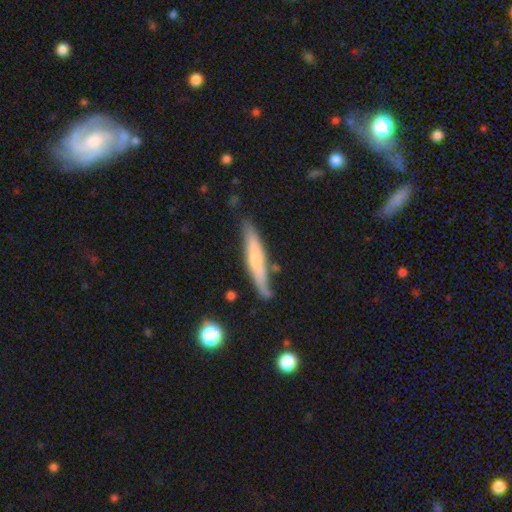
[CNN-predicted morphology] This is possibly a featured or disk galaxy (50%). Merging: likely none (80%).